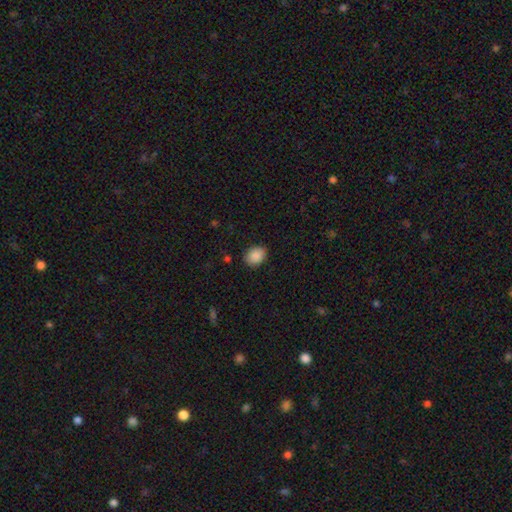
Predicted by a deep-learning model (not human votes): Smooth or featured? Predicted: smooth (p=0.89). How rounded? Predicted: in between (p=0.50). Merging? Predicted: none (p=0.87).